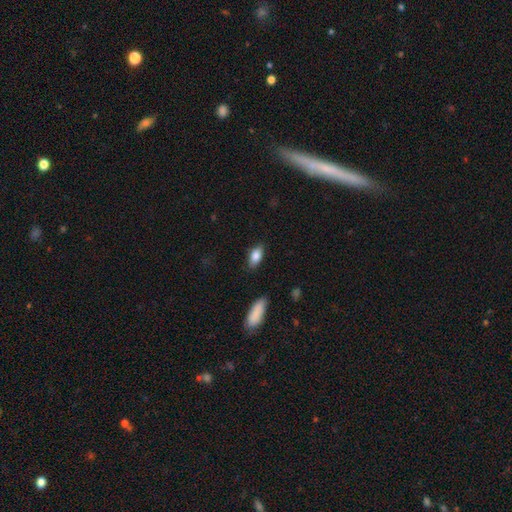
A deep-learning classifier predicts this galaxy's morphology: Smooth or featured? smooth (85%)
How rounded? in between (89%)
Merging? none (83%)